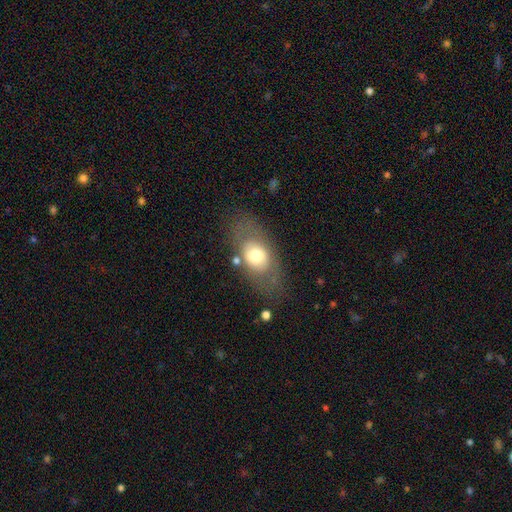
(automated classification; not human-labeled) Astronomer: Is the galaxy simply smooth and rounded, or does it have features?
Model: smooth — 56% (runner-up: featured or disk, 35%).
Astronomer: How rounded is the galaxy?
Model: in between — 79%.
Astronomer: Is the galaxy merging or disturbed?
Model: none — 70%.